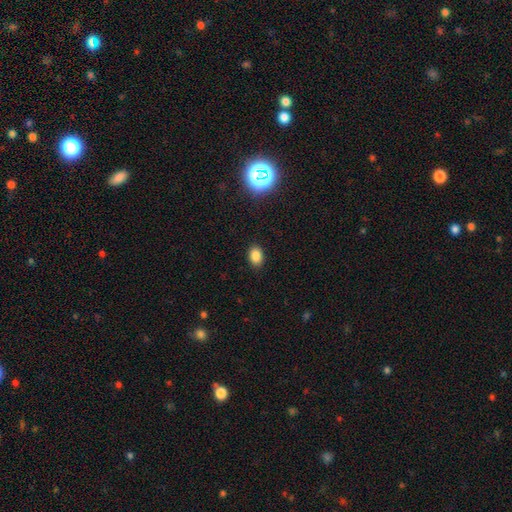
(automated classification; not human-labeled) Overall: smooth (84%). How rounded: in between (75%). Merging: none (89%).